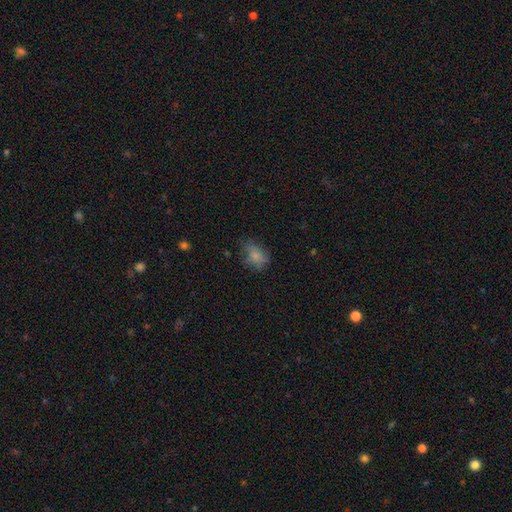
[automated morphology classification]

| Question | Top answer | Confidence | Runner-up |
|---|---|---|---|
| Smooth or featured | smooth | 77% | featured or disk (12%) |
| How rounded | in between | 70% | round (28%) |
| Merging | none | 57% | minor disturbance (29%) |